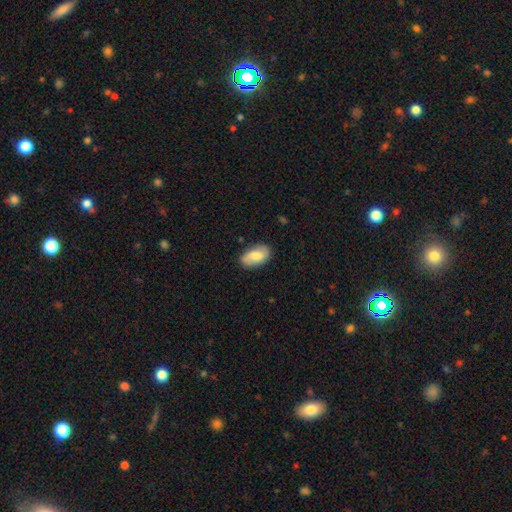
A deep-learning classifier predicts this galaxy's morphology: Smooth or featured?
  - smooth: 56% *
  - featured or disk: 37%
  - star or artifact: 7%
How rounded?
  - in between: 92% *
  - round: 5%
  - cigar-shaped: 3%
Merging?
  - none: 79% *
  - minor disturbance: 16%
  - major disturbance: 4%
  - merger: 1%